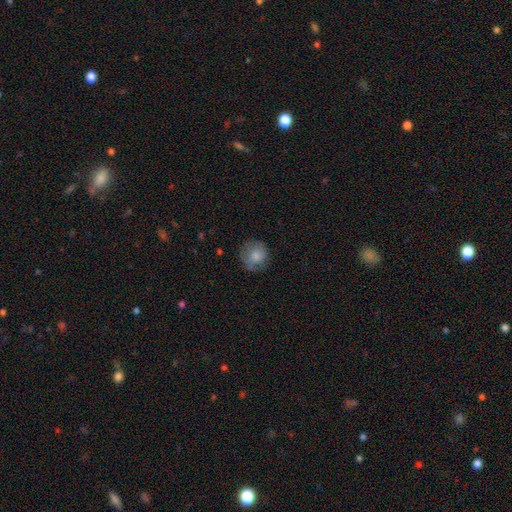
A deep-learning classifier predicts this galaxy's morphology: type=smooth (78%); roundness=round (87%); merging=none (72%).